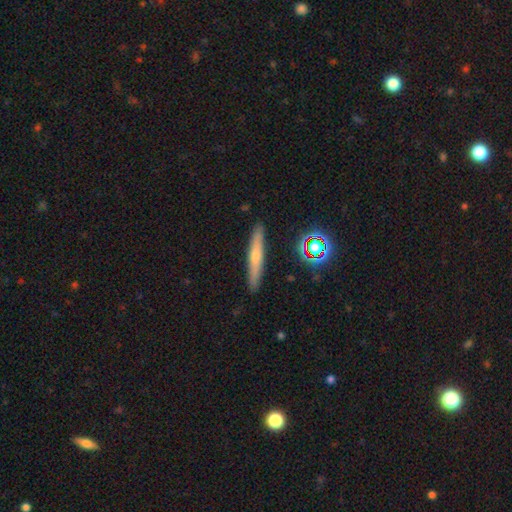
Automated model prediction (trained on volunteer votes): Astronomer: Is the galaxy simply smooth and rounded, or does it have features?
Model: smooth — 45% (runner-up: featured or disk, 44%).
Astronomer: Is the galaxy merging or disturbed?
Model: none — 90%.